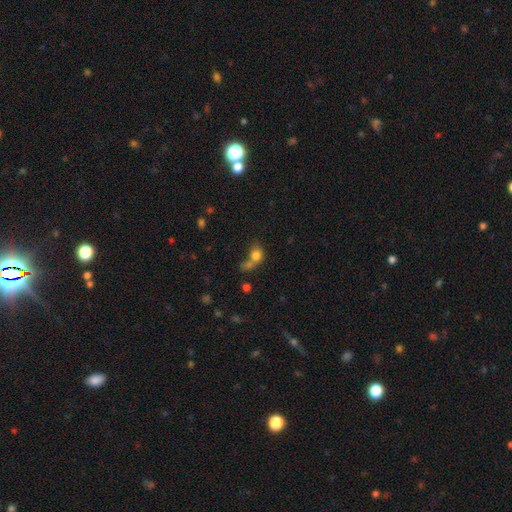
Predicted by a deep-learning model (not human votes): This is likely a smooth galaxy (77%). How rounded: possibly round (58%). Merging: possibly merger (47%).